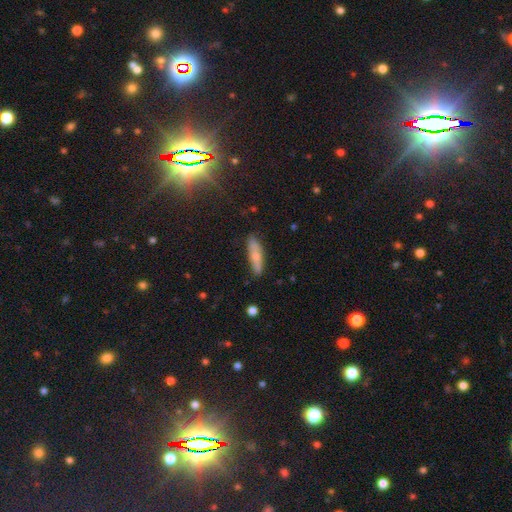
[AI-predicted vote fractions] This appears to be a smooth galaxy with no disk features (63%) that is cigar-shaped (68%). Merging: none (83%).